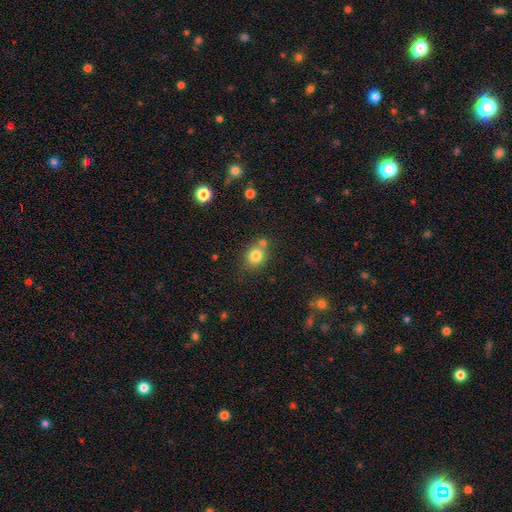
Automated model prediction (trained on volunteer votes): smooth 81%, star or artifact 11%, featured or disk 8%. Down the decision tree: how rounded — round (75%); merging — none (63%).